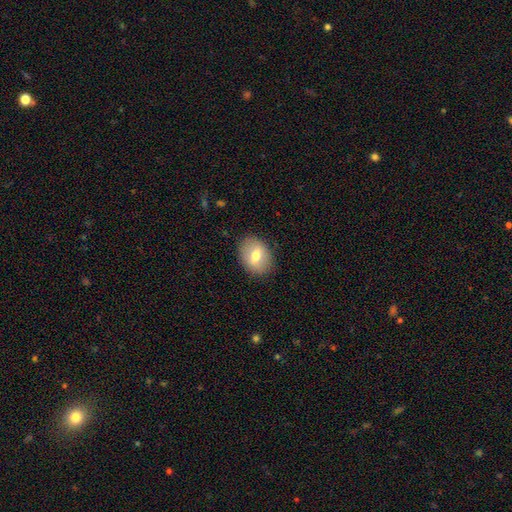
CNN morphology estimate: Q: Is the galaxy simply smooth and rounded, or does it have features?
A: smooth — 67%.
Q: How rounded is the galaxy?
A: in between — 66%.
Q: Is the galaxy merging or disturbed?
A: none — 86%.